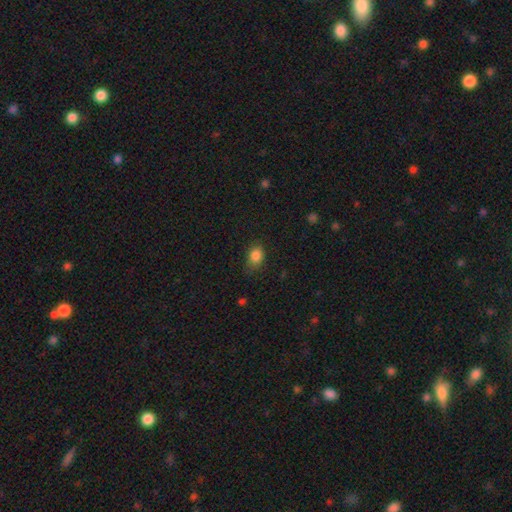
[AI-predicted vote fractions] This is clearly a smooth galaxy (85%). How rounded: likely in between (63%). Merging: likely none (71%).